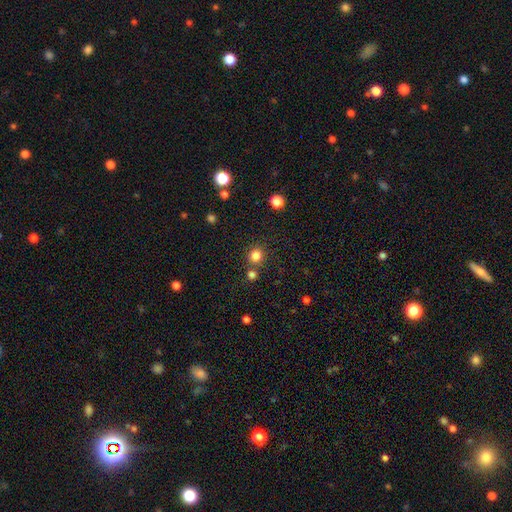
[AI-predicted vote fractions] Smooth or featured: smooth — 81% (star or artifact — 14%)
How rounded: round — 89% (in between — 10%)
Merging: none — 75% (merger — 15%)